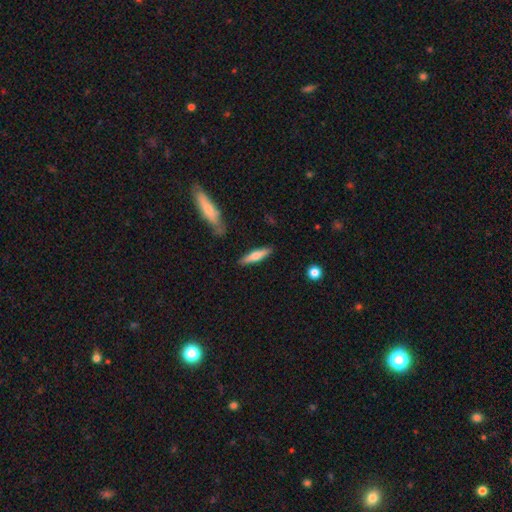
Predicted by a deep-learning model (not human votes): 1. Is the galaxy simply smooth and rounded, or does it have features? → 56% smooth, 38% featured or disk, 6% star or artifact.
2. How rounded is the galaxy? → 80% cigar-shaped, 19% in between, 2% round.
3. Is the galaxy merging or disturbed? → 86% none, 10% minor disturbance, 2% merger, 2% major disturbance.